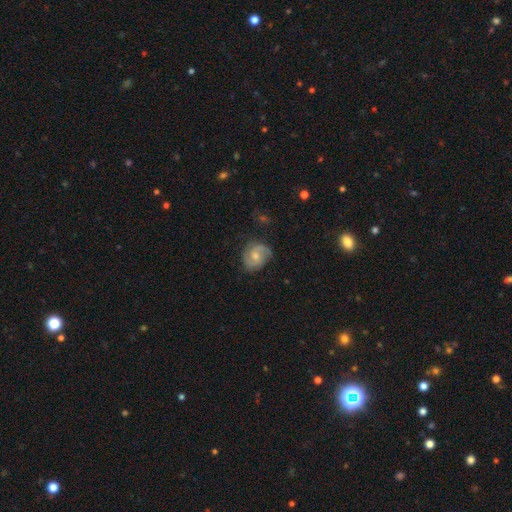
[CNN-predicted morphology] Smooth or featured: featured or disk — 72% (smooth — 21%)
Edge-on disk: no — 98% (yes — 2%)
Bar: no — 57% (weak — 38%)
Spiral arms: yes — 94% (no — 6%)
Spiral winding: medium — 48% (tight — 32%)
Spiral arm count: 2 — 81% (can't tell — 8%)
Bulge size: moderate — 58% (small — 33%)
Merging: none — 72% (minor disturbance — 20%)